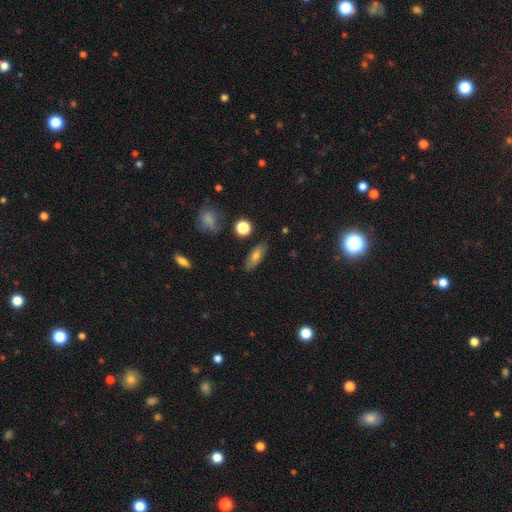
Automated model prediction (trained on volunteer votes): smooth-or-featured: smooth: 70% | featured or disk: 21% | star or artifact: 9%
  how-rounded: in between: 65% | cigar-shaped: 30% | round: 5%
  merging: none: 83% | minor disturbance: 12% | major disturbance: 3% | merger: 2%